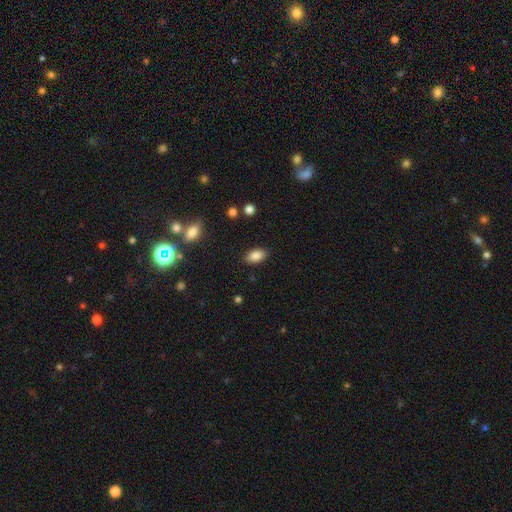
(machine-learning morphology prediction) A smooth galaxy with no disk features (84%) that is in between round and cigar-shaped (91%).

Vote fractions:
- Smooth or featured? smooth: 84% / star or artifact: 8% / featured or disk: 7%
- How rounded? in between: 91% / round: 5% / cigar-shaped: 3%
- Merging? none: 87% / minor disturbance: 9% / major disturbance: 2% / merger: 1%